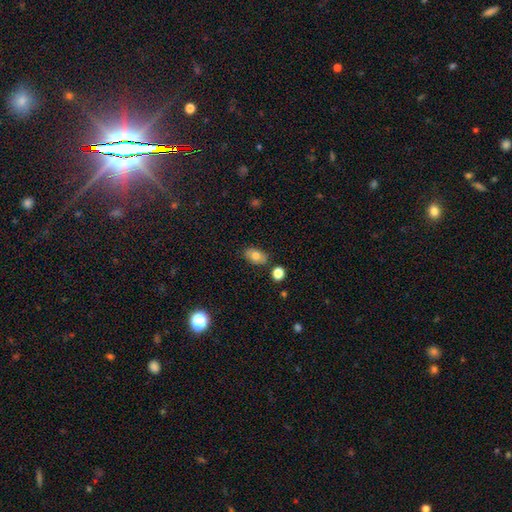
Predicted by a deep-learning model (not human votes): A smooth galaxy with no disk features (76%) that is in between round and cigar-shaped (87%). Merging: none (79%).